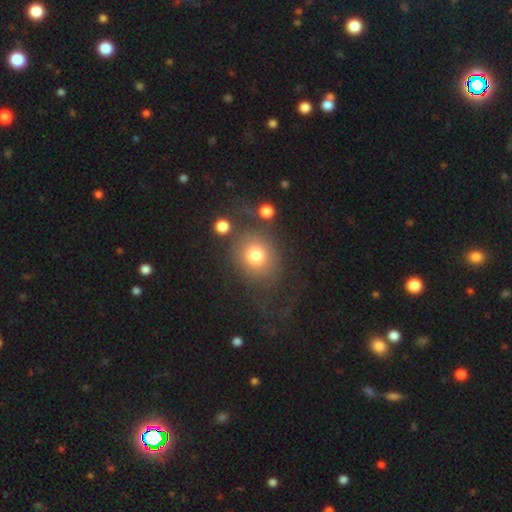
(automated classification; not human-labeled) A smooth galaxy with no disk features (73%) that is round (65%).

Vote fractions:
- Smooth or featured? smooth: 73% / featured or disk: 15% / star or artifact: 12%
- How rounded? round: 65% / in between: 34% / cigar-shaped: 1%
- Merging? none: 60% / minor disturbance: 16% / major disturbance: 16% / merger: 8%